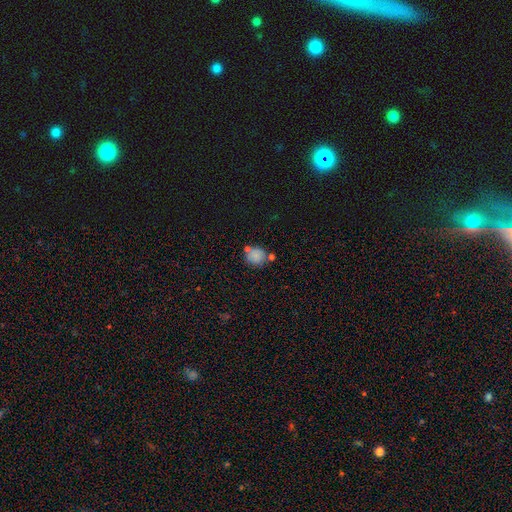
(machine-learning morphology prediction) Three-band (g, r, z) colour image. It shows a smooth galaxy with no disk features (81%) that is round (82%). Merging: none (65%).